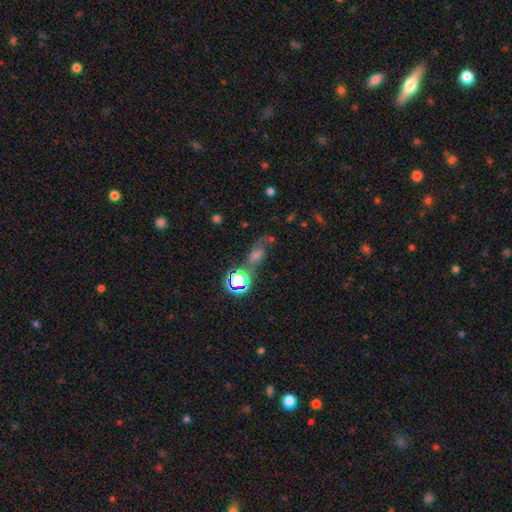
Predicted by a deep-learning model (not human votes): Smooth or featured: star or artifact — 42% (smooth — 29%)